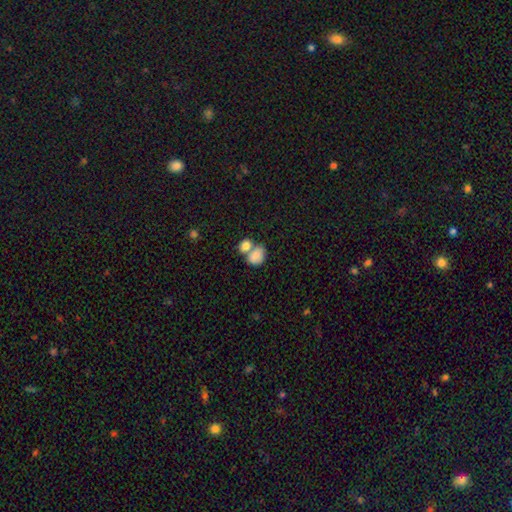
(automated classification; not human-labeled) A smooth galaxy with no disk features (82%) that is in between round and cigar-shaped (69%). Merging: merger (55%).